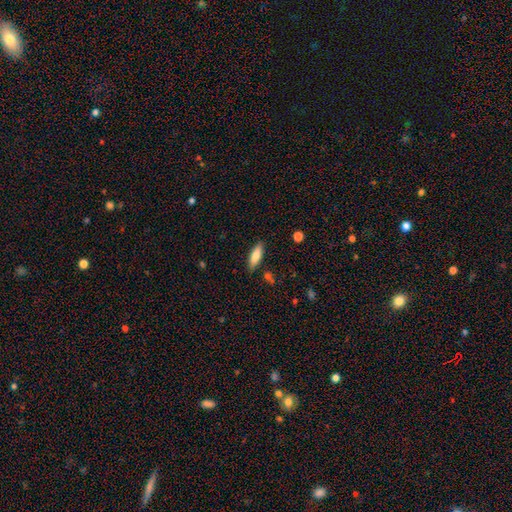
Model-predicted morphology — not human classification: A smooth galaxy with no disk features (78%) that is in between round and cigar-shaped (51%). Merging: none (85%).